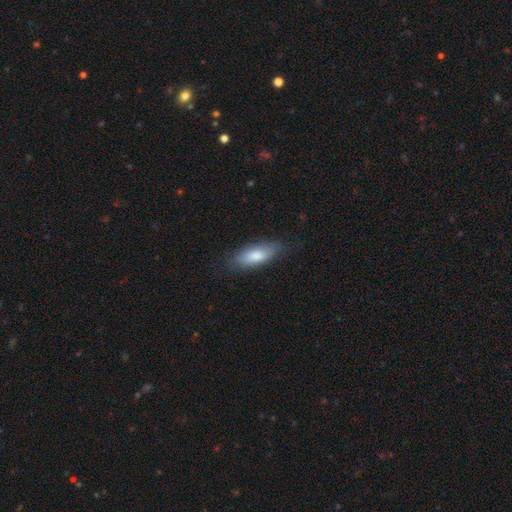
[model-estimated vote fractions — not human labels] The model was most divided on "how rounded": in between: 71%, cigar-shaped: 27%, round: 2%. More confident: smooth or featured — smooth (79%); merging — none (77%).